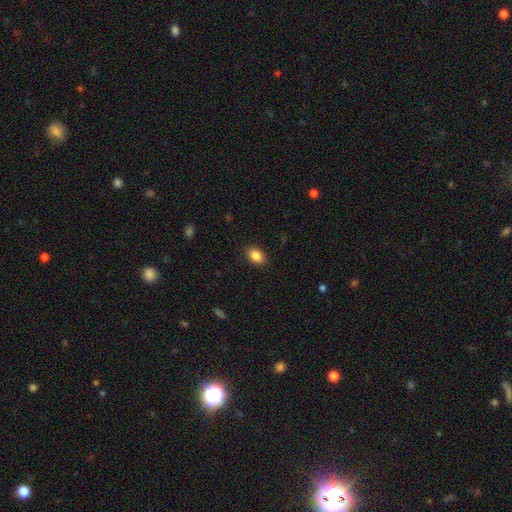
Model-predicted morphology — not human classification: Overall: smooth (86%). How rounded: in between (81%). Merging: none (88%).